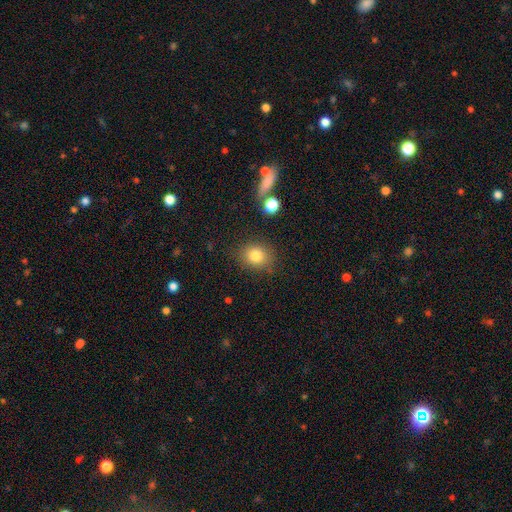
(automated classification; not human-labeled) smooth_or_featured: smooth (p=0.81) [alt: star or artifact p=0.11]
how_rounded: round (p=0.64) [alt: in between p=0.35]
merging: none (p=0.83) [alt: minor disturbance p=0.11]